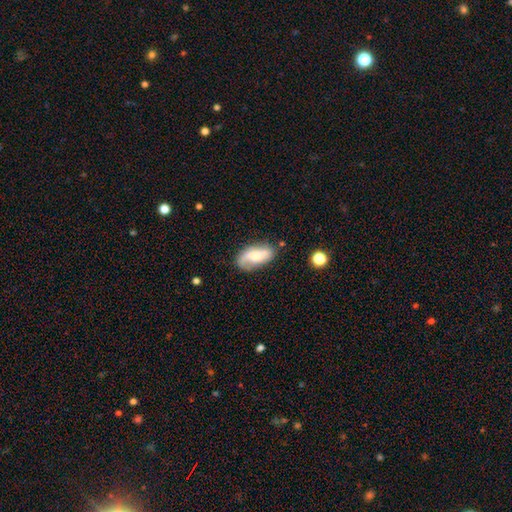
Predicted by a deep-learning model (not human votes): featured or disk 53%, smooth 39%, star or artifact 7%. Down the decision tree: edge-on disk — no (94%); merging — none (65%).